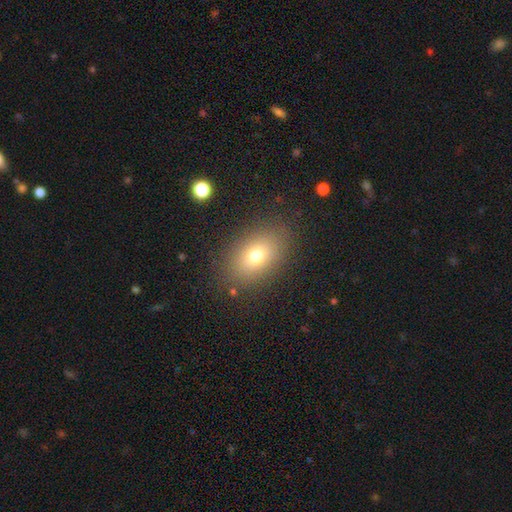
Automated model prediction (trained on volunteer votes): Smooth or featured: smooth — 72% (featured or disk — 14%)
How rounded: in between — 81% (round — 17%)
Merging: none — 85% (minor disturbance — 9%)